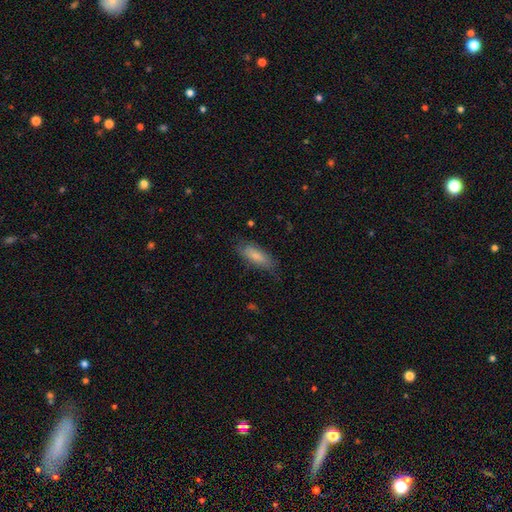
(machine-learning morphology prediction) type=smooth (79%); roundness=in between (64%); merging=none (74%).